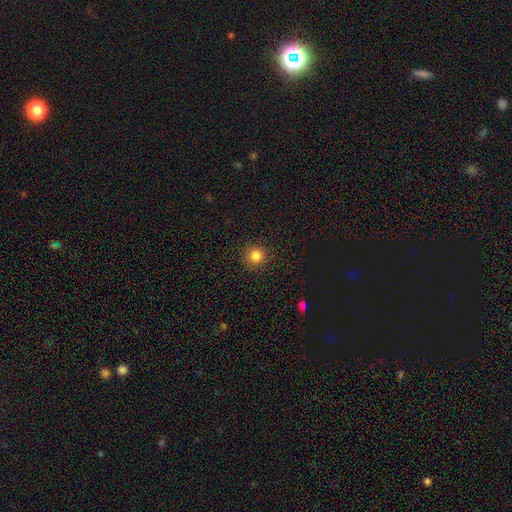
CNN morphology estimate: This is clearly a smooth galaxy (83%). How rounded: clearly round (93%). Merging: clearly none (89%).